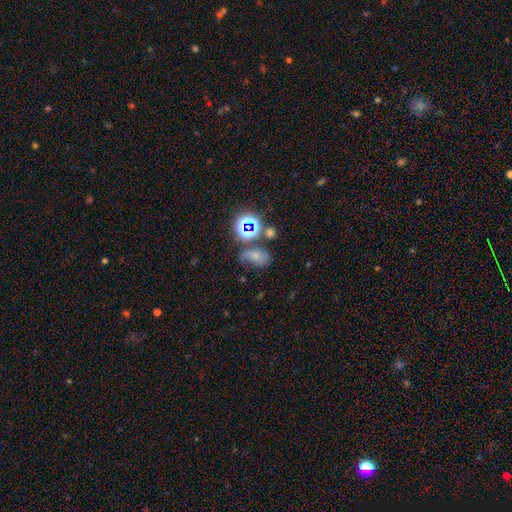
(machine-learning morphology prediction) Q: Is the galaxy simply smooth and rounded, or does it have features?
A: smooth — 52%.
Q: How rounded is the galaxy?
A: in between — 77%.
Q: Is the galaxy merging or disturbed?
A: none — 44%.